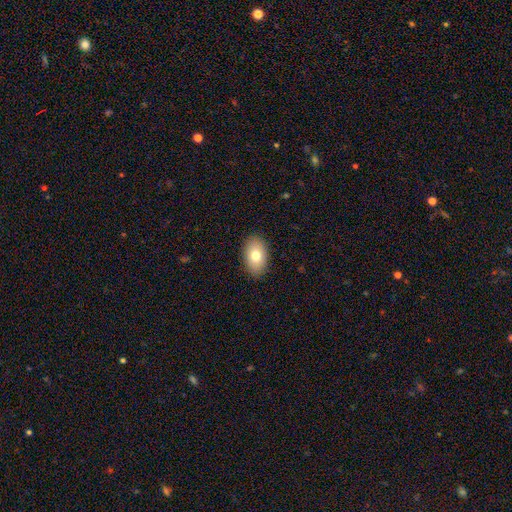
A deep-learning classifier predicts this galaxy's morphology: This is likely a smooth galaxy (76%). How rounded: clearly in between (90%). Merging: clearly none (89%).